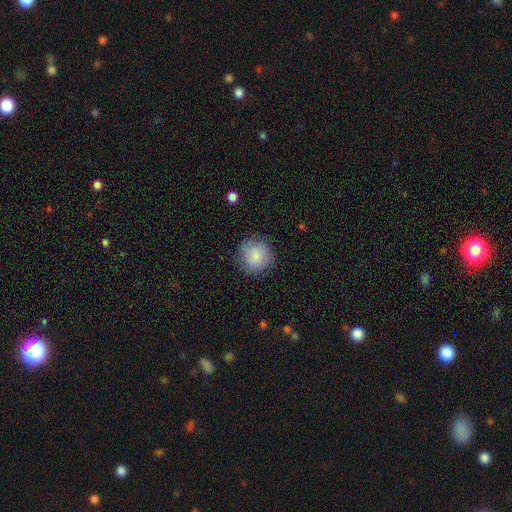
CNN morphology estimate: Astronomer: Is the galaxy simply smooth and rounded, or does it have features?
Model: smooth — 85%.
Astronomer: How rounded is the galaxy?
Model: round — 93%.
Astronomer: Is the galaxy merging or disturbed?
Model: none — 83%.